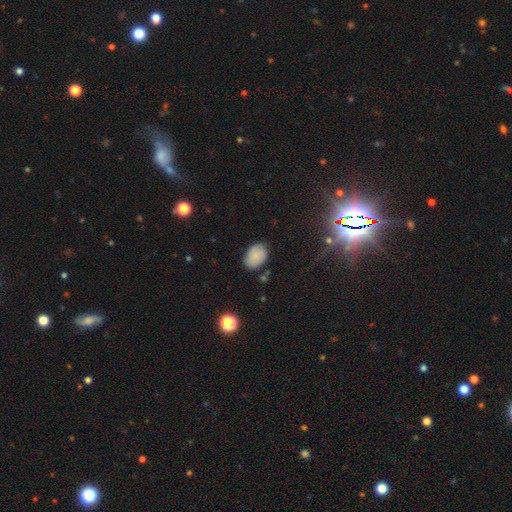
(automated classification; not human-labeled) A smooth galaxy with no disk features (71%) that is in between round and cigar-shaped (82%). Merging: none (72%).